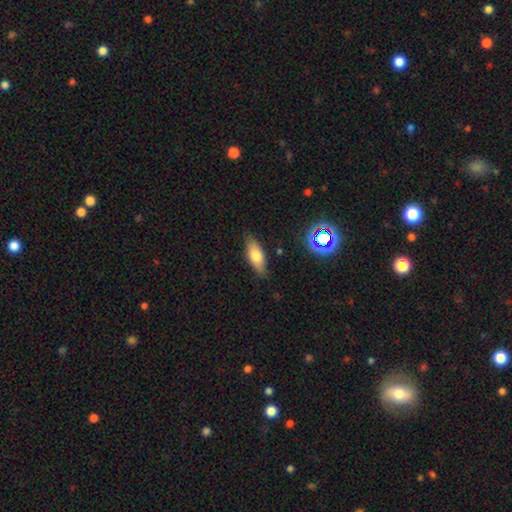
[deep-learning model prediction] Smooth or featured?
  - smooth: 69% *
  - featured or disk: 22%
  - star or artifact: 8%
How rounded?
  - in between: 76% *
  - cigar-shaped: 21%
  - round: 3%
Merging?
  - none: 82% *
  - minor disturbance: 14%
  - major disturbance: 2%
  - merger: 2%